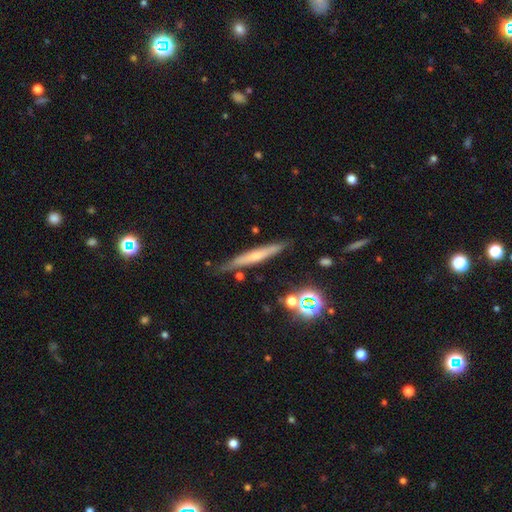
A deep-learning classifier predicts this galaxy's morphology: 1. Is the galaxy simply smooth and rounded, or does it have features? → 49% featured or disk, 40% smooth, 11% star or artifact.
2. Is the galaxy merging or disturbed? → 82% none, 13% minor disturbance, 3% merger, 3% major disturbance.